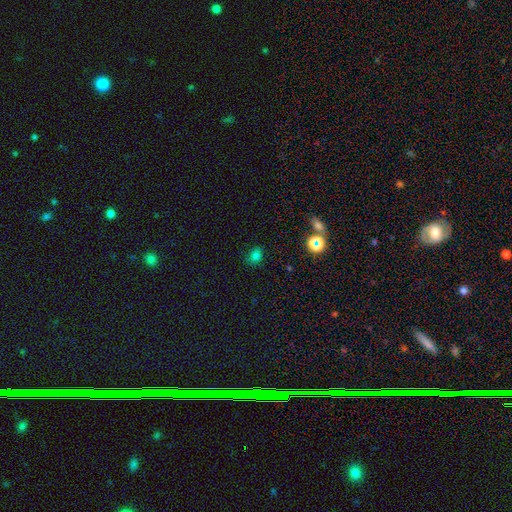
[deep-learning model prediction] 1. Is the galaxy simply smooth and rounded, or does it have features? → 71% smooth, 24% star or artifact, 5% featured or disk.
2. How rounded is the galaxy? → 55% round, 44% in between, 1% cigar-shaped.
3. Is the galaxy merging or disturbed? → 79% none, 14% minor disturbance, 4% major disturbance, 2% merger.